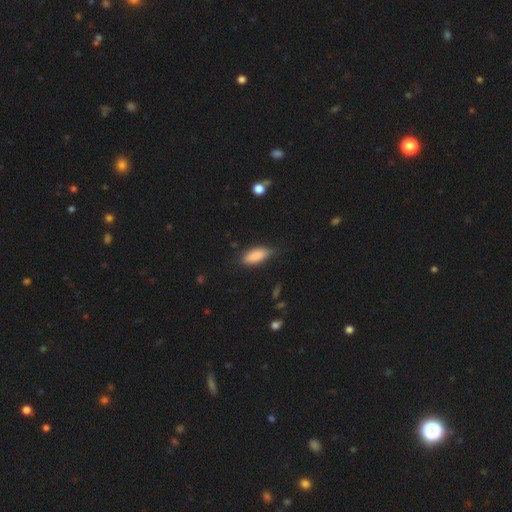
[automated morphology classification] A smooth galaxy with no disk features (85%) that is in between round and cigar-shaped (74%).

Vote fractions:
- Smooth or featured? smooth: 85% / featured or disk: 8% / star or artifact: 7%
- How rounded? in between: 74% / cigar-shaped: 23% / round: 2%
- Merging? none: 74% / minor disturbance: 21% / major disturbance: 4% / merger: 2%